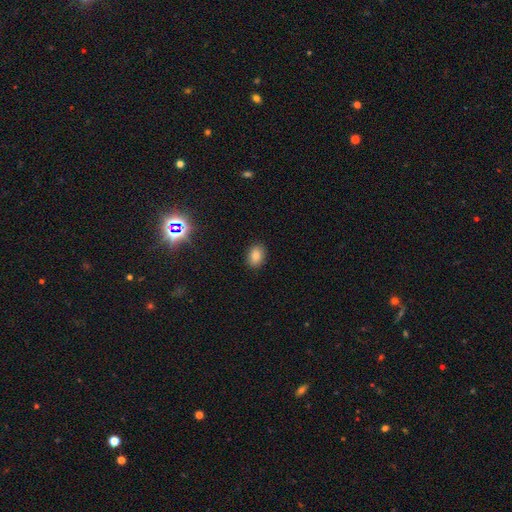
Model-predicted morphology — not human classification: A smooth galaxy with no disk features (83%) that is in between round and cigar-shaped (70%). Merging: none (90%).